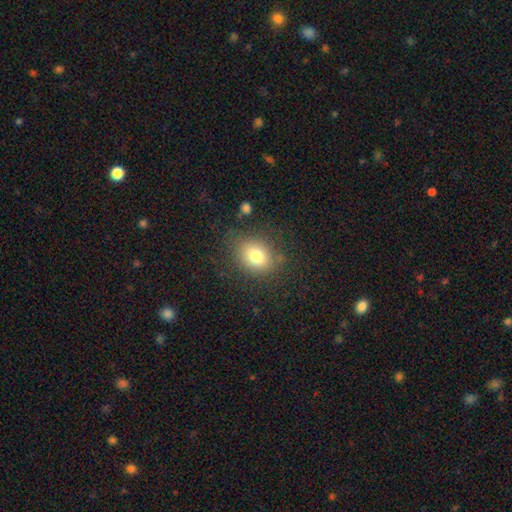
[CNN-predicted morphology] Smooth or featured: smooth — 78% (star or artifact — 11%)
How rounded: in between — 50% (round — 49%)
Merging: none — 80% (minor disturbance — 13%)